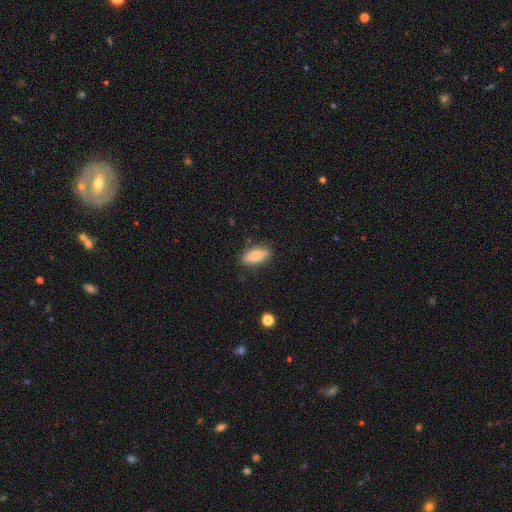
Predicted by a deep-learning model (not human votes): smooth_or_featured: smooth (p=0.69) [alt: featured or disk p=0.24]
how_rounded: in between (p=0.59) [alt: cigar-shaped p=0.38]
merging: none (p=0.85) [alt: minor disturbance p=0.11]